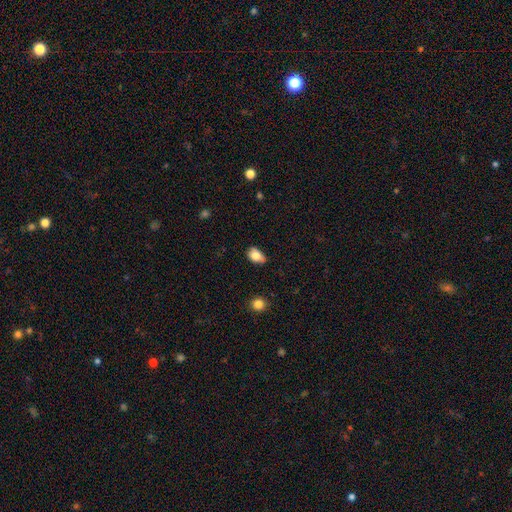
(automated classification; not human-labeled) smooth 80%, featured or disk 12%, star or artifact 9%. Down the decision tree: how rounded — in between (83%); merging — none (63%).